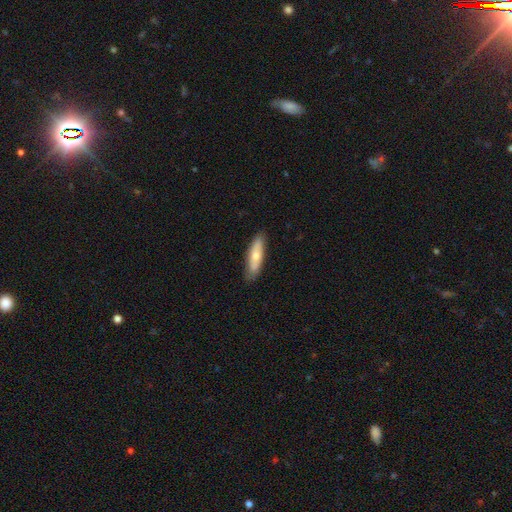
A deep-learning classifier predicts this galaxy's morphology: A smooth galaxy with no disk features (64%) that is cigar-shaped (61%). Merging: none (83%).